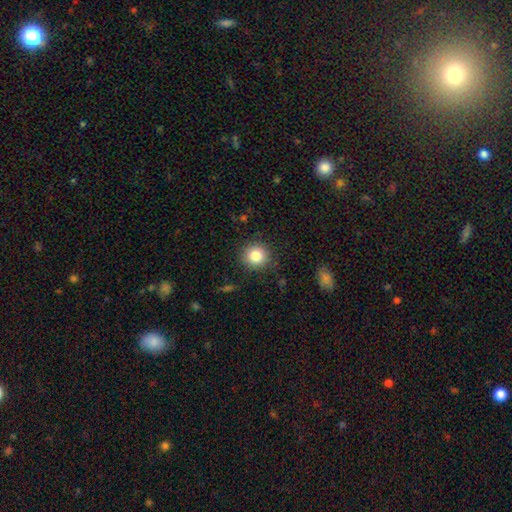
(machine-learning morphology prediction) smooth-or-featured: smooth: 83% | star or artifact: 10% | featured or disk: 6%
  how-rounded: round: 92% | in between: 7% | cigar-shaped: 1%
  merging: none: 87% | minor disturbance: 9% | major disturbance: 3% | merger: 1%